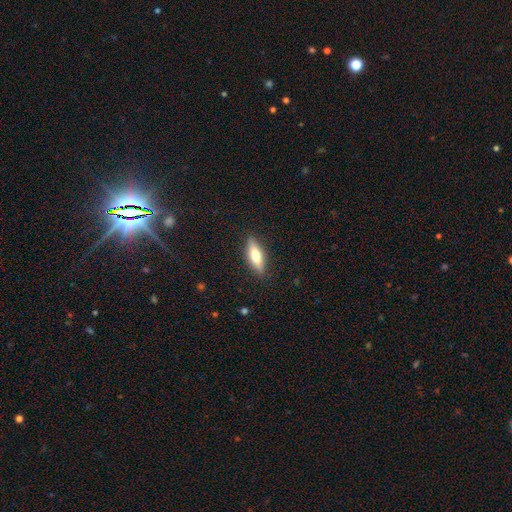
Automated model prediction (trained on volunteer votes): Smooth or featured? Predicted: smooth (p=0.64). How rounded? Predicted: in between (p=0.52). Merging? Predicted: none (p=0.87).